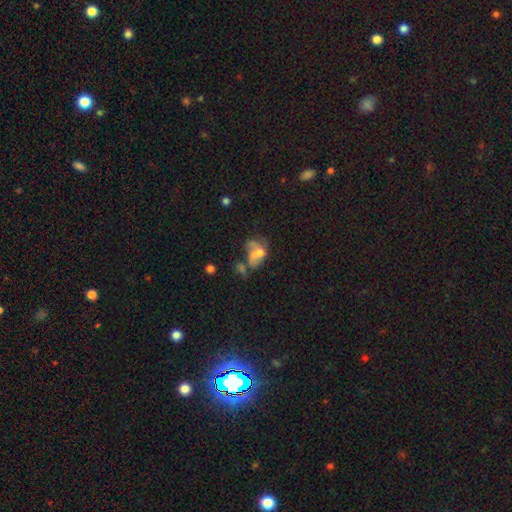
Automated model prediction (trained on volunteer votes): smooth_or_featured: smooth (p=0.45) [alt: featured or disk p=0.42]
merging: merger (p=0.35) [alt: major disturbance p=0.27]